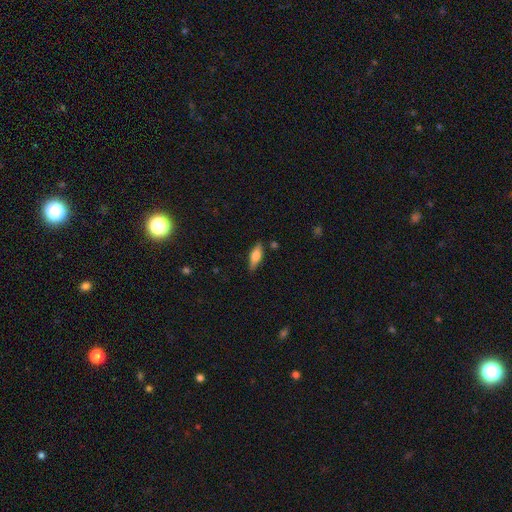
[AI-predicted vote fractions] Smooth or featured: smooth — 54% (featured or disk — 39%)
How rounded: in between — 57% (cigar-shaped — 40%)
Merging: none — 84% (minor disturbance — 12%)